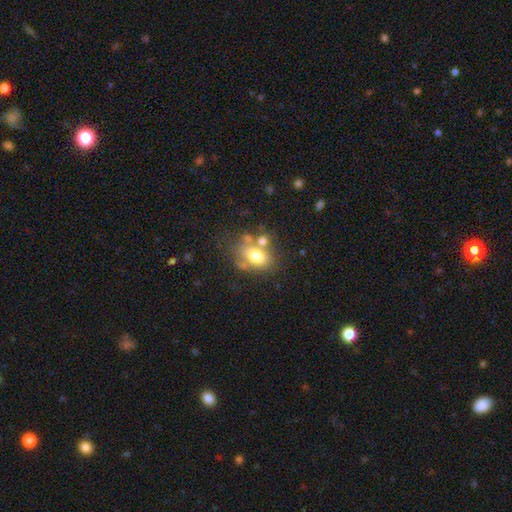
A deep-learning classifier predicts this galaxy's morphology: Q: Smooth or featured?
A: smooth (70%); runner-up: featured or disk (20%)
Q: How rounded?
A: in between (72%); runner-up: round (26%)
Q: Merging?
A: none (51%); runner-up: merger (24%)